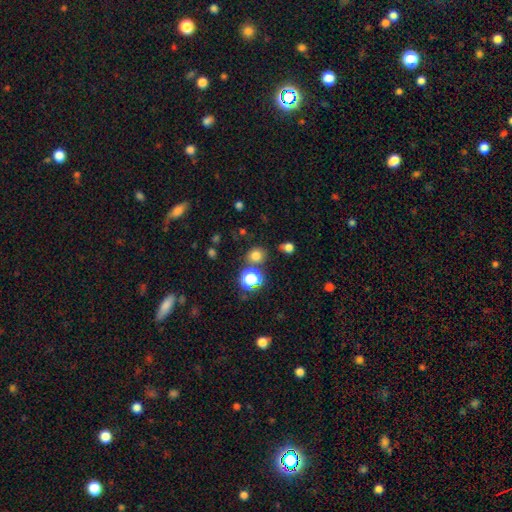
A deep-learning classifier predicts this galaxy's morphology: smooth_or_featured: smooth (p=0.73) [alt: star or artifact p=0.21]
how_rounded: round (p=0.82) [alt: in between p=0.17]
merging: none (p=0.77) [alt: minor disturbance p=0.10]